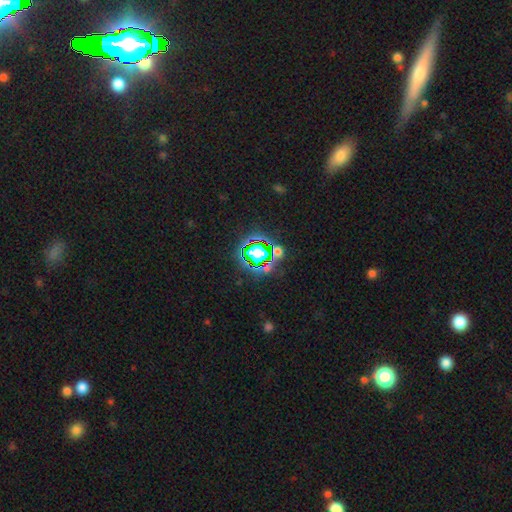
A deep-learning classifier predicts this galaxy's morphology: smooth_or_featured: star or artifact (p=0.65) [alt: smooth p=0.22]